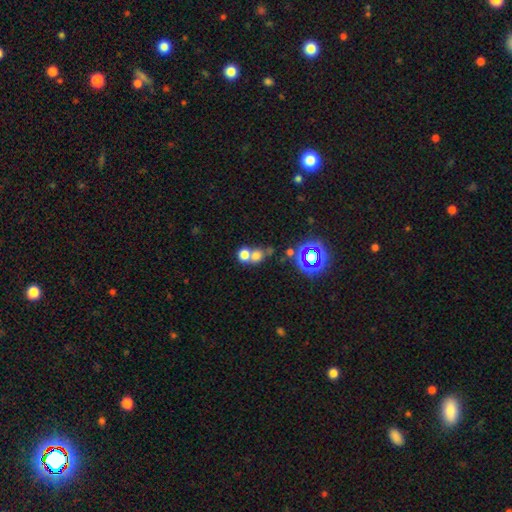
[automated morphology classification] smooth-or-featured: smooth: 66% | star or artifact: 21% | featured or disk: 12%
  how-rounded: round: 75% | in between: 23% | cigar-shaped: 1%
  merging: merger: 51% | none: 39% | minor disturbance: 6% | major disturbance: 4%